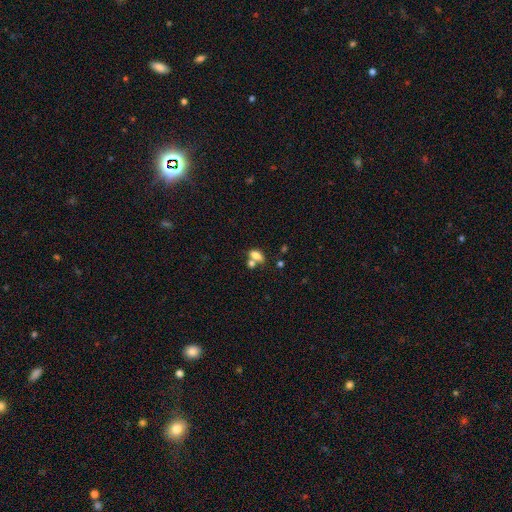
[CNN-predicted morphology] smooth 74%, featured or disk 16%, star or artifact 10%. Down the decision tree: how rounded — in between (83%); merging — none (42%).